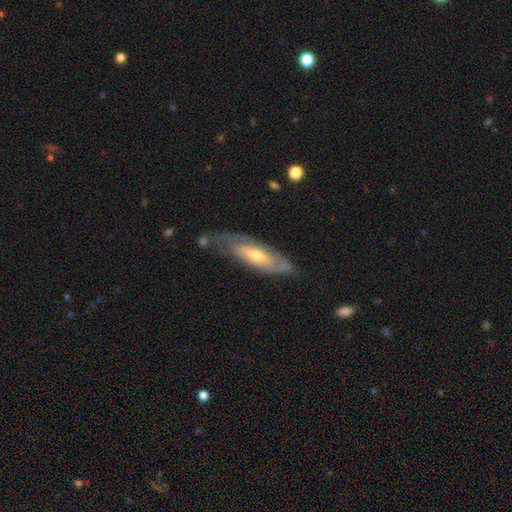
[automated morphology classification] Q: Smooth or featured?
A: featured or disk (54%); runner-up: smooth (41%)
Q: Edge-on disk?
A: no (70%); runner-up: yes (30%)
Q: Merging?
A: none (61%); runner-up: minor disturbance (26%)